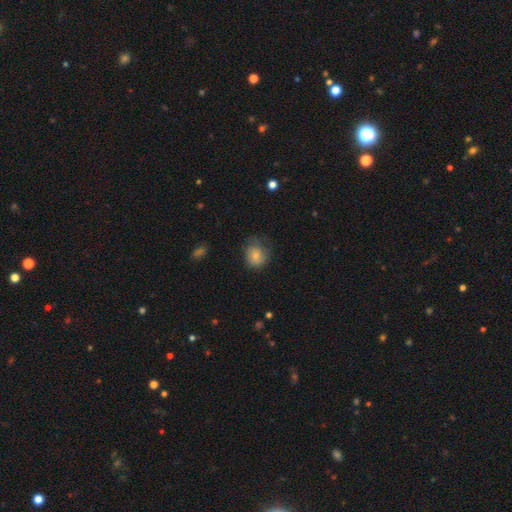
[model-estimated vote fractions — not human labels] Smooth or featured? Predicted: smooth (p=0.78). How rounded? Predicted: round (p=0.68). Merging? Predicted: none (p=0.56).